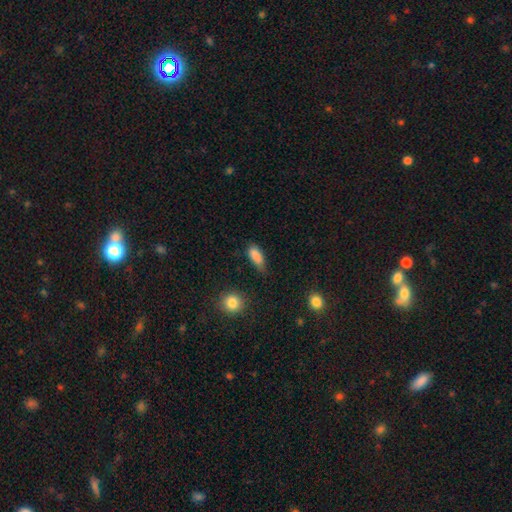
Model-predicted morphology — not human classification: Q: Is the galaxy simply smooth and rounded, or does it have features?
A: smooth — 85%.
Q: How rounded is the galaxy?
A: in between — 78%.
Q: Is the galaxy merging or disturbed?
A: none — 51%.